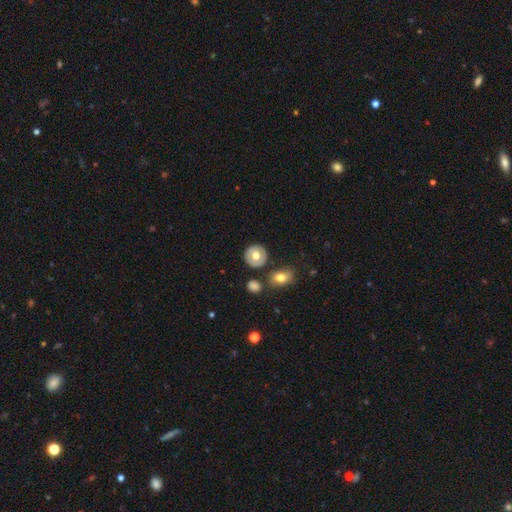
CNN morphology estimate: A smooth galaxy with no disk features (63%) that is round (84%). Merging: none (82%).